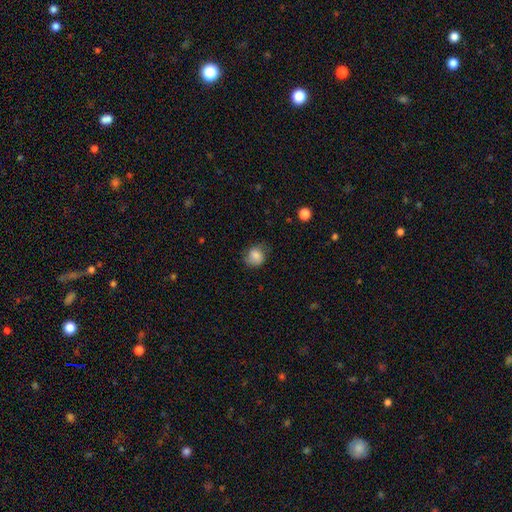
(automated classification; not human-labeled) smooth 80%, featured or disk 12%, star or artifact 9%. Down the decision tree: how rounded — round (68%); merging — none (63%).